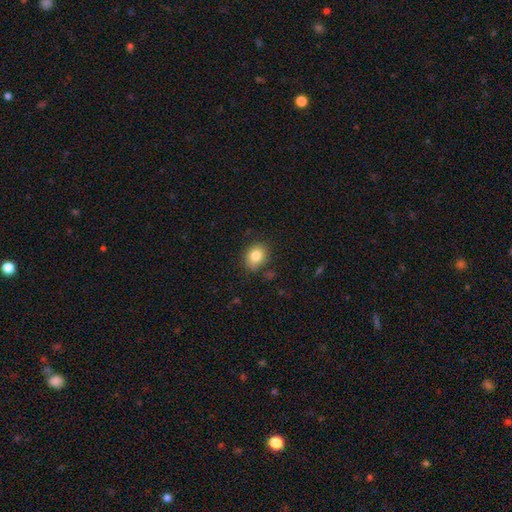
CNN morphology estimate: type=smooth (83%); roundness=round (50%); merging=none (78%).